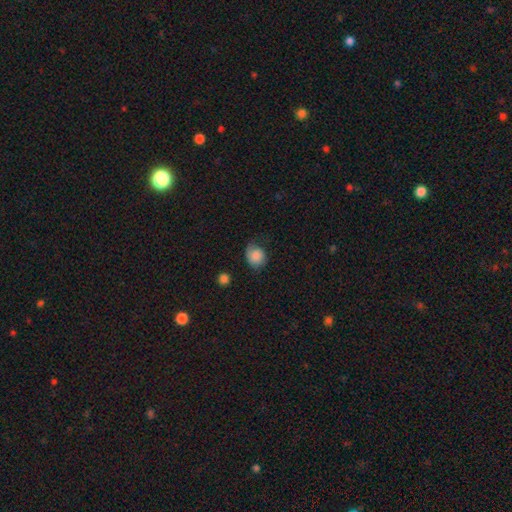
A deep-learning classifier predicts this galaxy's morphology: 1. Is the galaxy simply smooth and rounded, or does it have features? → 78% smooth, 13% featured or disk, 8% star or artifact.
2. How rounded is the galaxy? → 67% round, 33% in between, 1% cigar-shaped.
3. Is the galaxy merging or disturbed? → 55% none, 31% minor disturbance, 12% major disturbance, 2% merger.